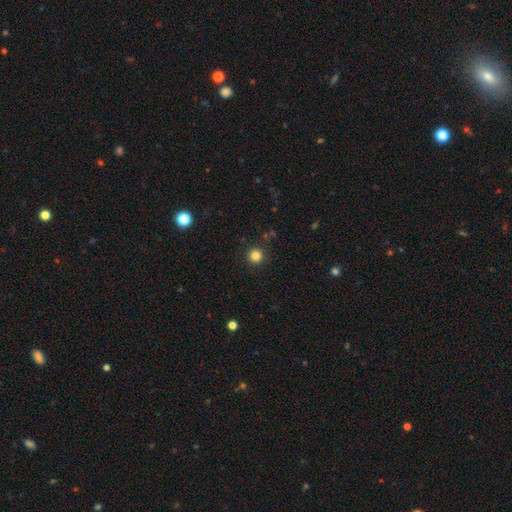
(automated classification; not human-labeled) Morphology: type=smooth (83%); roundness=round (95%); merging=none (91%).